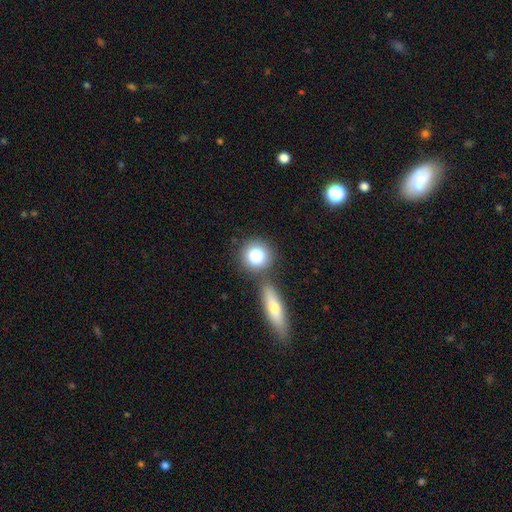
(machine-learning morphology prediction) Smooth or featured? smooth (82%)
How rounded? round (86%)
Merging? none (63%)